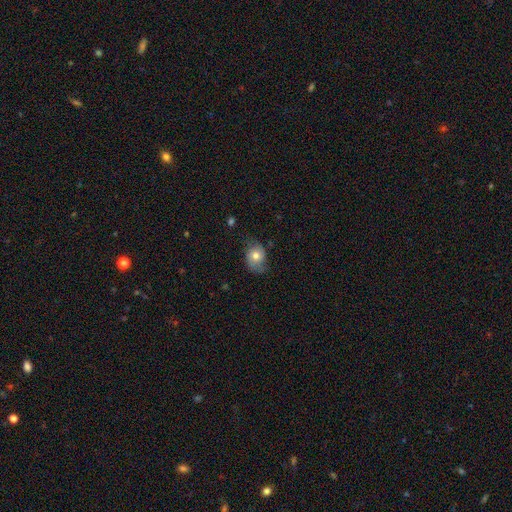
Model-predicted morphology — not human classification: Overall: smooth (58%; featured or disk 34%). How rounded: in between (56%; round 43%). Merging: none (56%; minor disturbance 30%).